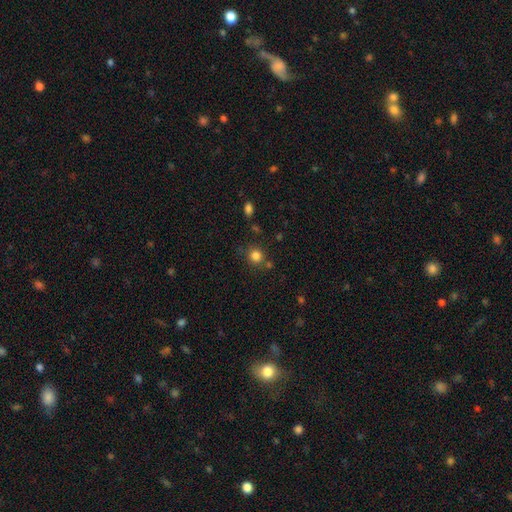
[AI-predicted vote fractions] This appears to be a smooth galaxy with no disk features (83%) that is round (88%). Merging: none (76%).